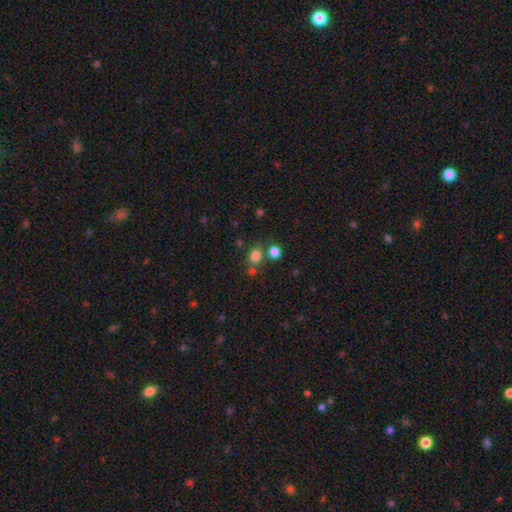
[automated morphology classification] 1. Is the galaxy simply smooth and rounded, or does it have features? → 77% smooth, 16% star or artifact, 7% featured or disk.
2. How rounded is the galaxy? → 77% round, 22% in between, 1% cigar-shaped.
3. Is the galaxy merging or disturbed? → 62% none, 22% merger, 11% minor disturbance, 5% major disturbance.